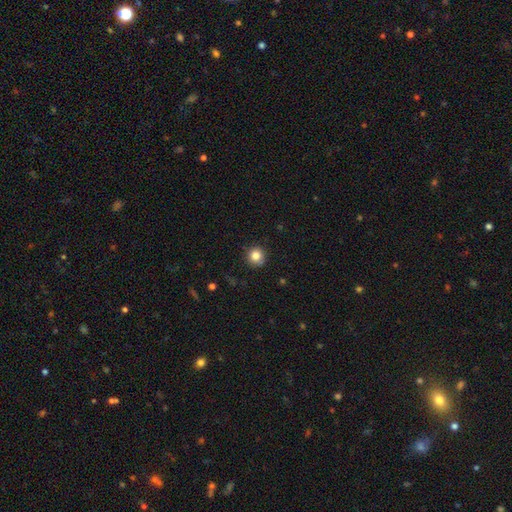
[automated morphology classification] This is clearly a smooth galaxy (83%). How rounded: clearly round (93%). Merging: clearly none (87%).